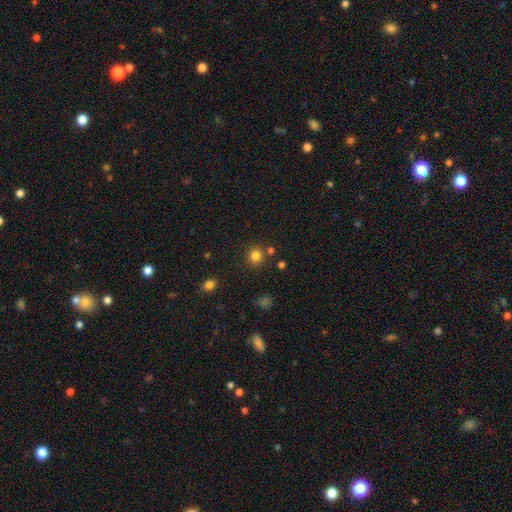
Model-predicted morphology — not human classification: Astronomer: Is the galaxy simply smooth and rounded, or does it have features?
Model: smooth — 81%.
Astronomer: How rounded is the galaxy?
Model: round — 90%.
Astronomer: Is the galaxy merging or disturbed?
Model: none — 82%.